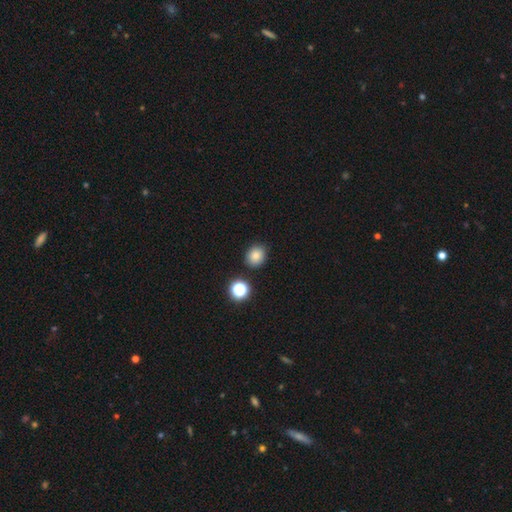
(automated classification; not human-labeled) Q: Smooth or featured?
A: smooth (82%); runner-up: star or artifact (13%)
Q: How rounded?
A: round (64%); runner-up: in between (35%)
Q: Merging?
A: none (84%); runner-up: minor disturbance (9%)